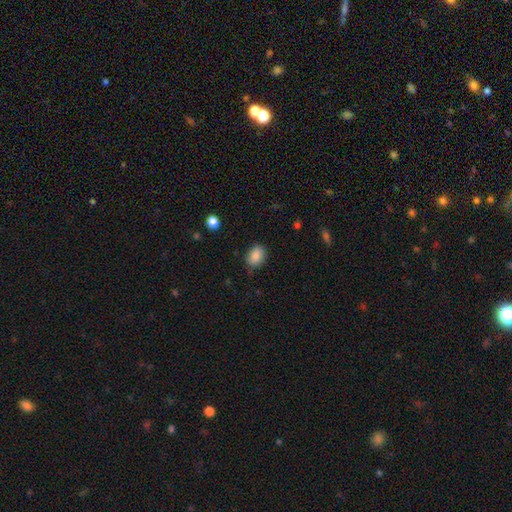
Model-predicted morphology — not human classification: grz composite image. It shows a smooth galaxy with no disk features (86%) that is in between round and cigar-shaped (70%). Merging: none (81%).